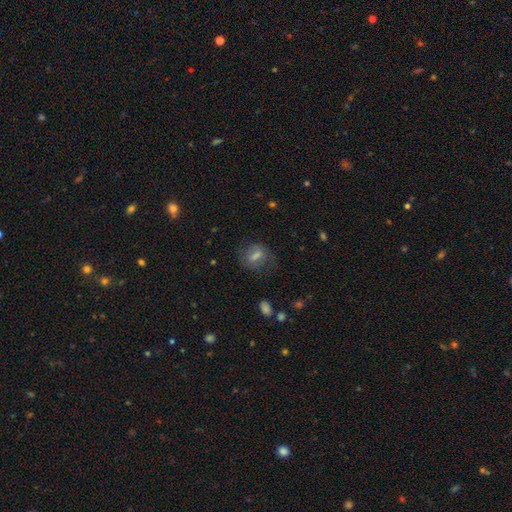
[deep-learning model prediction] This is likely a smooth galaxy (67%). How rounded: likely in between (62%). Merging: likely none (62%).